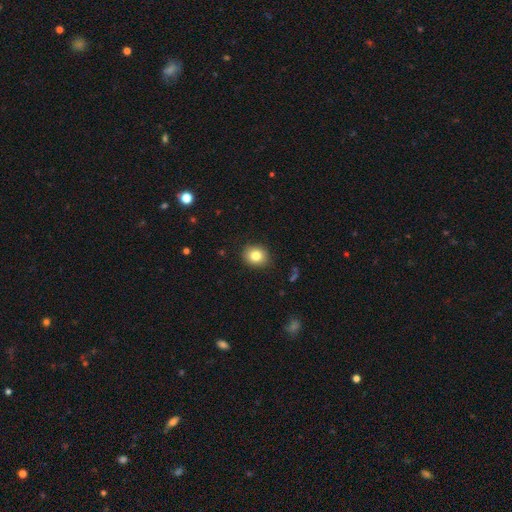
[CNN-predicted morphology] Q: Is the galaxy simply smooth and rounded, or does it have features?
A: smooth — 82%.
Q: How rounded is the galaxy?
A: round — 70%.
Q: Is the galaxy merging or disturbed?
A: none — 89%.